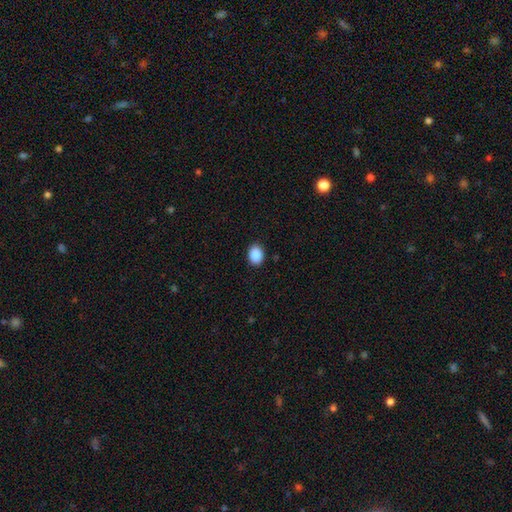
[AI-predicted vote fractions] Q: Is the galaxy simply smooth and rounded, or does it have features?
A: smooth — 88%.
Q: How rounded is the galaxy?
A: in between — 63%.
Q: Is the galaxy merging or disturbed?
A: none — 91%.